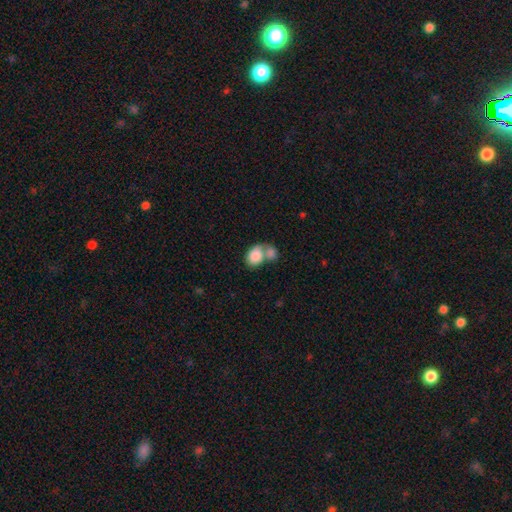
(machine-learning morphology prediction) Smooth or featured? smooth (84%)
How rounded? in between (70%)
Merging? merger (63%)